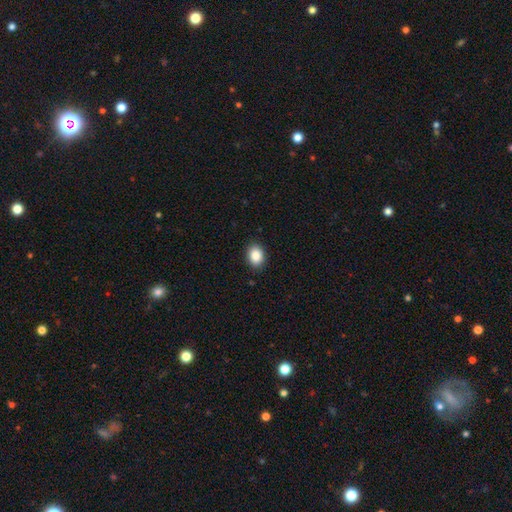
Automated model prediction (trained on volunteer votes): Overall: smooth (88%). How rounded: in between (67%; round 32%). Merging: none (88%).